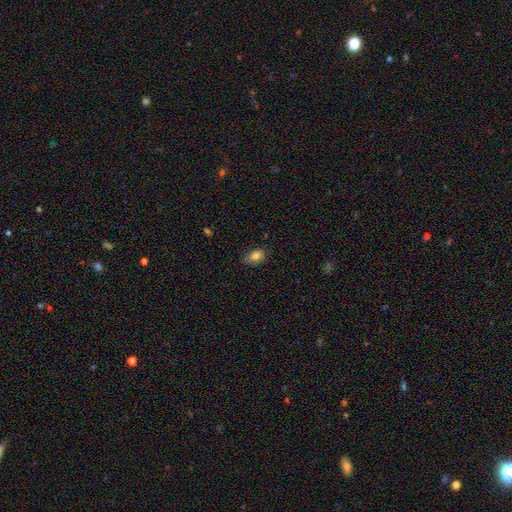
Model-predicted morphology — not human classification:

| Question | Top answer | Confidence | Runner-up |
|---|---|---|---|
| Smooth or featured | smooth | 84% | star or artifact (9%) |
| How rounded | in between | 81% | round (18%) |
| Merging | none | 78% | minor disturbance (18%) |